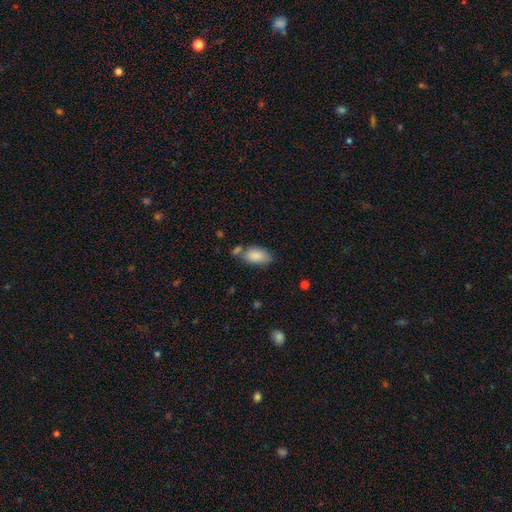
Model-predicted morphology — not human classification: Smooth or featured? Predicted: smooth (p=0.86). How rounded? Predicted: in between (p=0.93). Merging? Predicted: none (p=0.58).